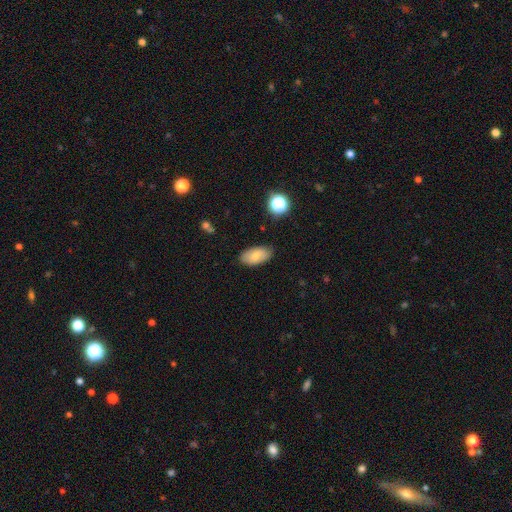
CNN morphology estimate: smooth 72%, featured or disk 19%, star or artifact 8%. Down the decision tree: how rounded — in between (93%); merging — none (83%).